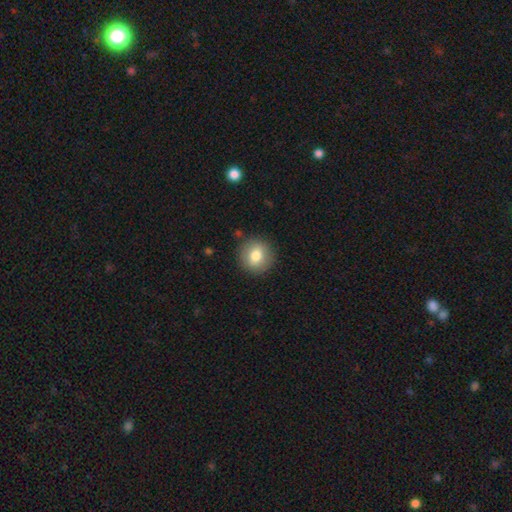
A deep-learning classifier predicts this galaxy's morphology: Smooth or featured? smooth (76%)
How rounded? round (88%)
Merging? none (89%)